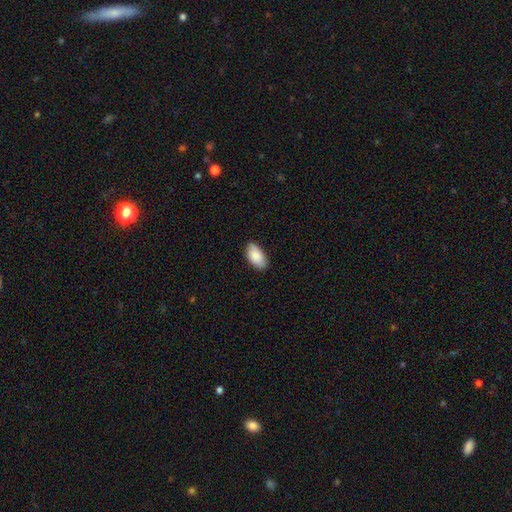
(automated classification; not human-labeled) A smooth galaxy with no disk features (87%) that is in between round and cigar-shaped (95%). Merging: none (82%).